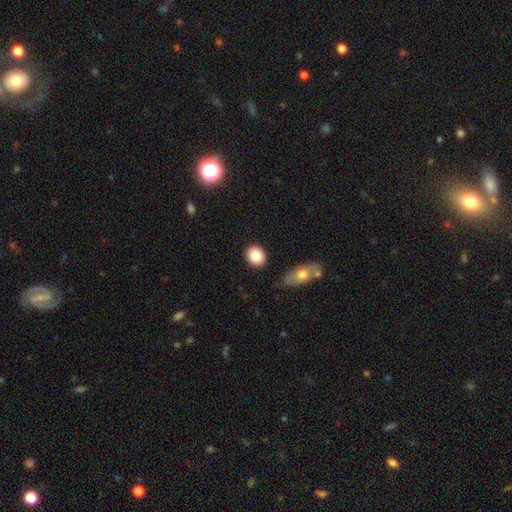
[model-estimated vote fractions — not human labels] The model was most divided on "how rounded": round: 64%, in between: 34%, cigar-shaped: 1%. More confident: smooth or featured — smooth (86%); merging — none (85%).